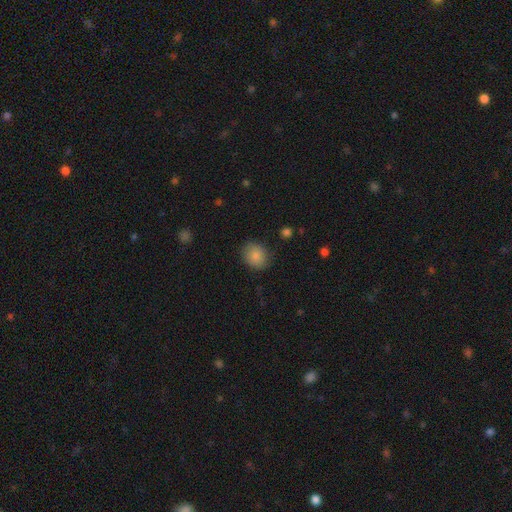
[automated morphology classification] Smooth or featured?
  - smooth: 86% *
  - star or artifact: 8%
  - featured or disk: 6%
How rounded?
  - round: 61% *
  - in between: 38%
  - cigar-shaped: 1%
Merging?
  - none: 82% *
  - minor disturbance: 13%
  - major disturbance: 3%
  - merger: 1%